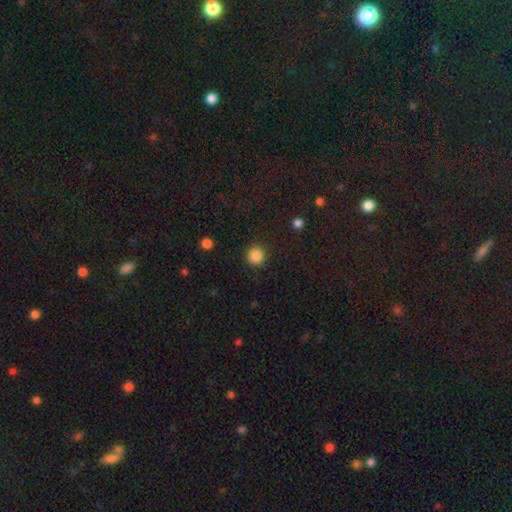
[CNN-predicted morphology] A smooth galaxy with no disk features (87%) that is round (94%). Merging: none (91%).